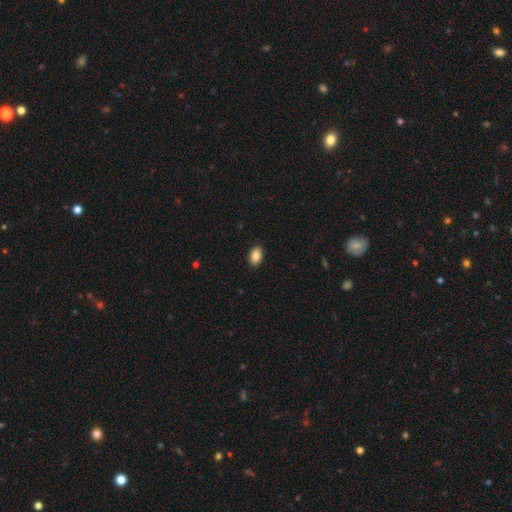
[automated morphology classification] A smooth galaxy with no disk features (87%) that is in between round and cigar-shaped (88%). Merging: none (90%).